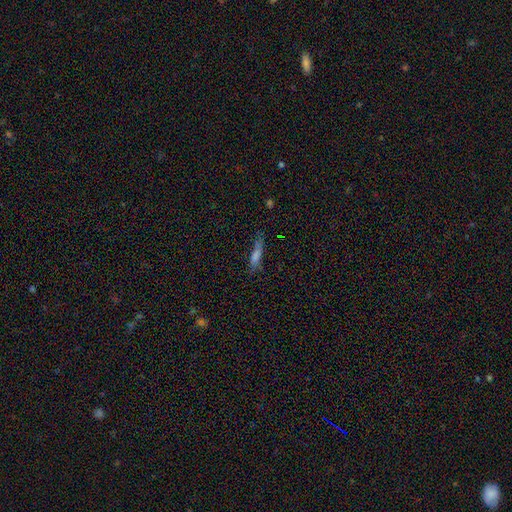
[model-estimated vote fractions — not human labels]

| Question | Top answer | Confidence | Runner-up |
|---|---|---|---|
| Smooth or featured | smooth | 43% | featured or disk (37%) |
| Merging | none | 71% | minor disturbance (20%) |